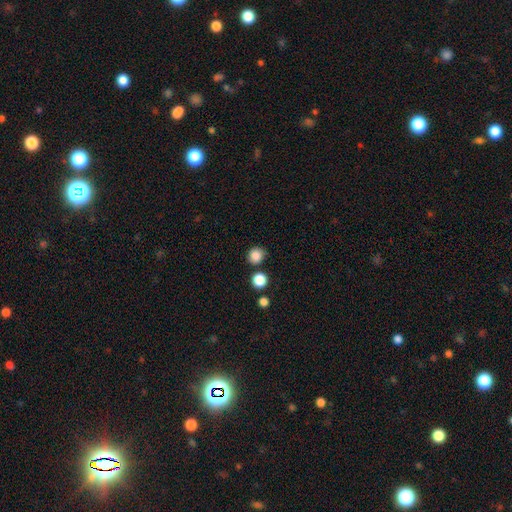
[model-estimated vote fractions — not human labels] Q: Smooth or featured?
A: smooth (86%); runner-up: star or artifact (11%)
Q: How rounded?
A: round (89%); runner-up: in between (10%)
Q: Merging?
A: none (78%); runner-up: minor disturbance (11%)